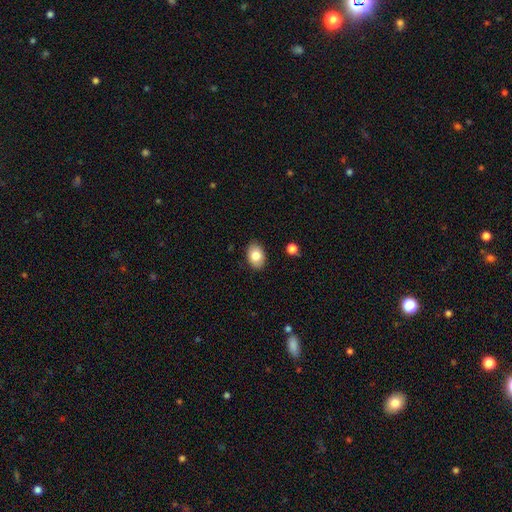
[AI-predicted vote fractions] smooth_or_featured: smooth (p=0.81) [alt: featured or disk p=0.12]
how_rounded: in between (p=0.84) [alt: round p=0.15]
merging: none (p=0.88) [alt: minor disturbance p=0.09]